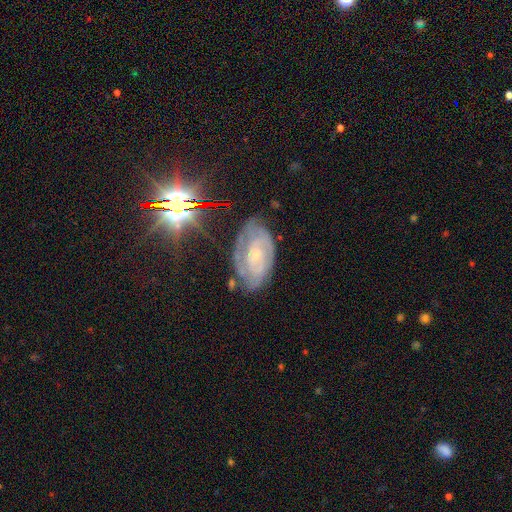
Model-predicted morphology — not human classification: This is likely a featured or disk galaxy (78%). It is clearly not viewed edge-on (95%). Bar: likely no (62%). Spiral arm pattern: clearly yes (91%). Spiral arm count: marginally can't tell (37%). Spiral winding: likely tight (67%). Central bulge: likely small (76%). Merging: likely none (69%).